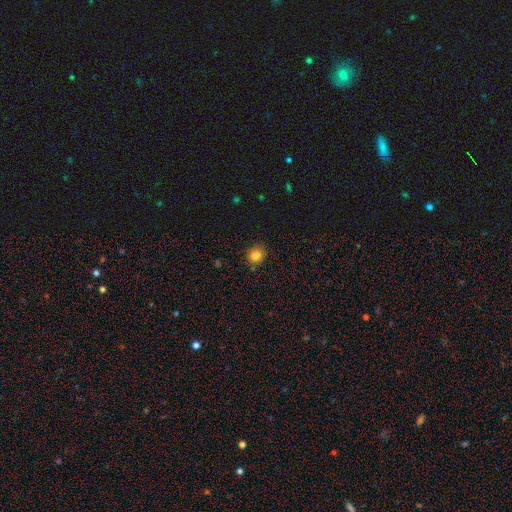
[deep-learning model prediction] A smooth galaxy with no disk features (82%) that is round (55%).

Vote fractions:
- Smooth or featured? smooth: 82% / star or artifact: 12% / featured or disk: 6%
- How rounded? round: 55% / in between: 44% / cigar-shaped: 1%
- Merging? none: 81% / minor disturbance: 14% / major disturbance: 3% / merger: 2%